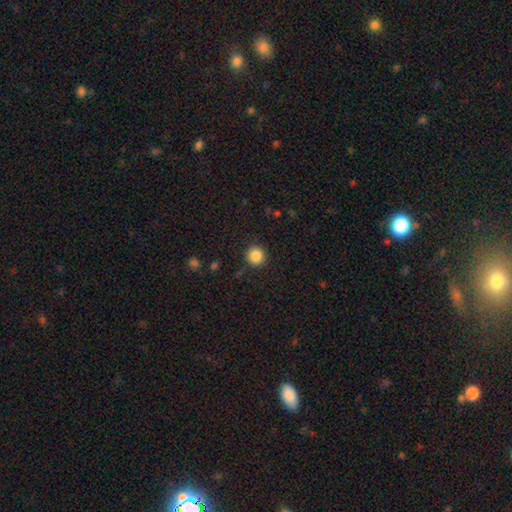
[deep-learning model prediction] smooth-or-featured: smooth: 86% | star or artifact: 10% | featured or disk: 4%
  how-rounded: round: 93% | in between: 6% | cigar-shaped: 1%
  merging: none: 90% | minor disturbance: 7% | major disturbance: 2% | merger: 1%